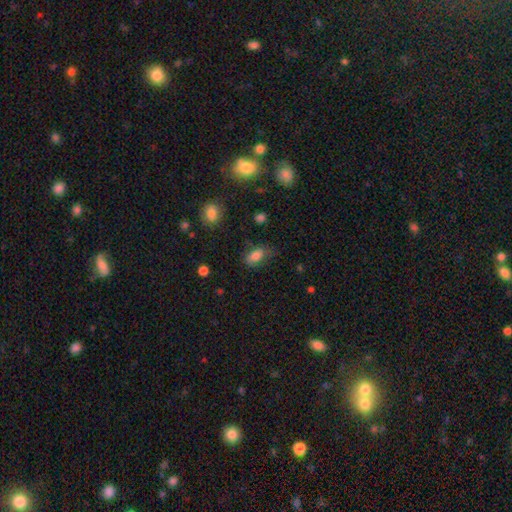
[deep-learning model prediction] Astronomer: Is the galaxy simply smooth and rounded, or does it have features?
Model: smooth — 81%.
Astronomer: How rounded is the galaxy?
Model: in between — 89%.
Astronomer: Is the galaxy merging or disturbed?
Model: none — 60%.